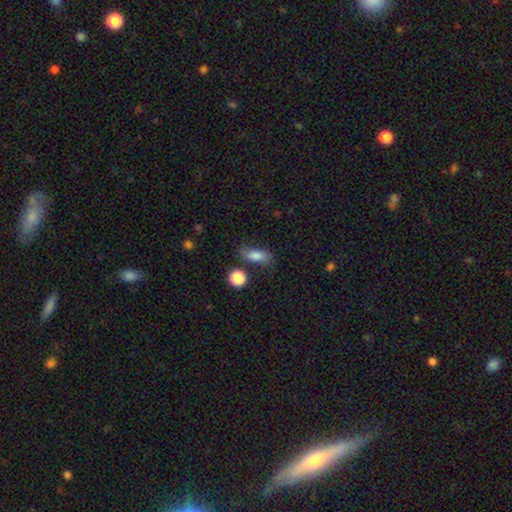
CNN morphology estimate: A smooth galaxy with no disk features (77%) that is in between round and cigar-shaped (75%). Merging: none (66%).